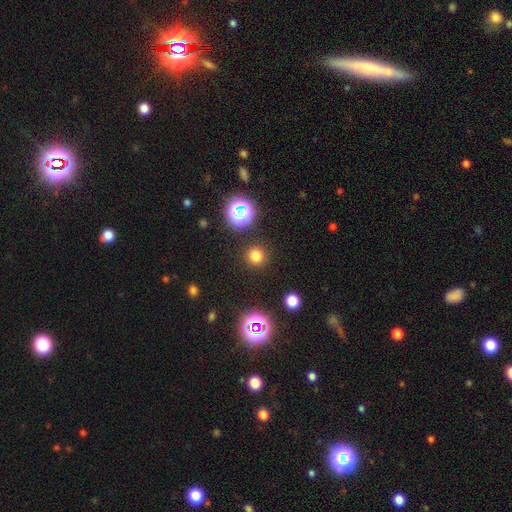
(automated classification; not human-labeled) A smooth galaxy with no disk features (75%) that is round (95%).

Vote fractions:
- Smooth or featured? smooth: 75% / star or artifact: 20% / featured or disk: 5%
- How rounded? round: 95% / in between: 4% / cigar-shaped: 1%
- Merging? none: 91% / minor disturbance: 5% / major disturbance: 2% / merger: 2%